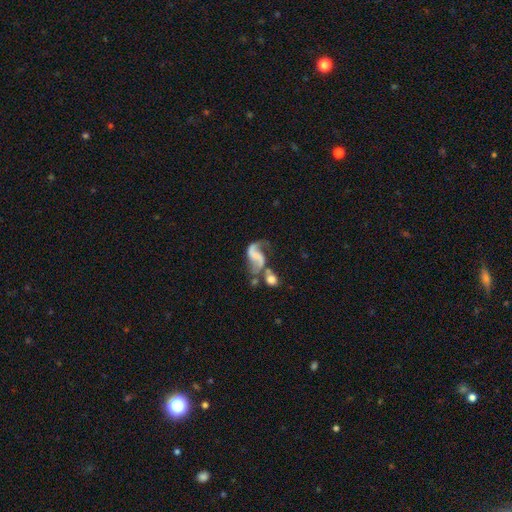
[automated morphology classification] Smooth or featured? Predicted: featured or disk (p=0.83). Edge-on disk? Predicted: no (p=0.98). Bar? Predicted: no (p=0.41). Spiral arms? Predicted: yes (p=0.93). Spiral winding? Predicted: loose (p=0.74). Spiral arm count? Predicted: 2 (p=0.88). Bulge size? Predicted: none (p=0.60). Merging? Predicted: none (p=0.36).